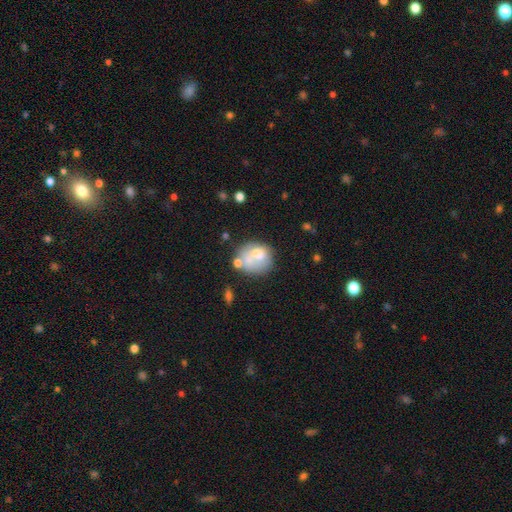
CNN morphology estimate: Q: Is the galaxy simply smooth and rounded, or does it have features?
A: smooth — 55%.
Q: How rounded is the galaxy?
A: round — 72%.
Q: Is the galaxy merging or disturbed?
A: none — 40%.